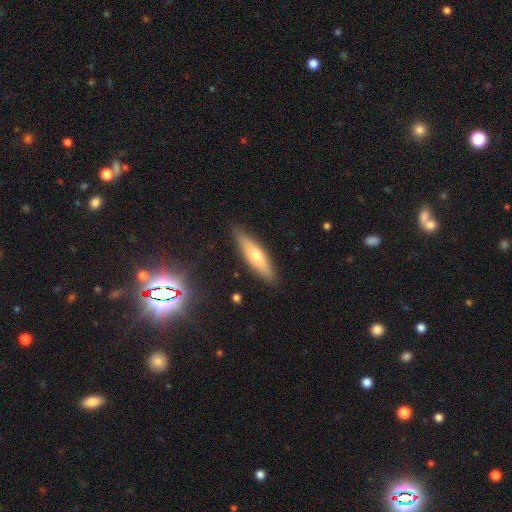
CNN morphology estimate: smooth-or-featured: smooth: 57% | featured or disk: 36% | star or artifact: 7%
  how-rounded: cigar-shaped: 67% | in between: 31% | round: 2%
  merging: none: 87% | minor disturbance: 10% | major disturbance: 2% | merger: 1%